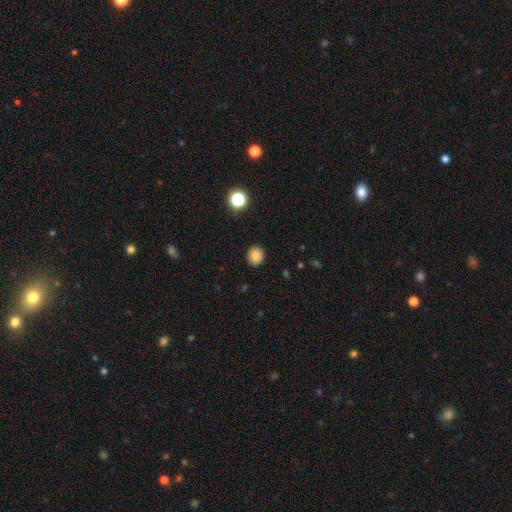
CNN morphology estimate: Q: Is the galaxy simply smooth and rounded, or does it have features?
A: smooth — 84%.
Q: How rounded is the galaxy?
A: round — 81%.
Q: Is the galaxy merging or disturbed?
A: none — 90%.